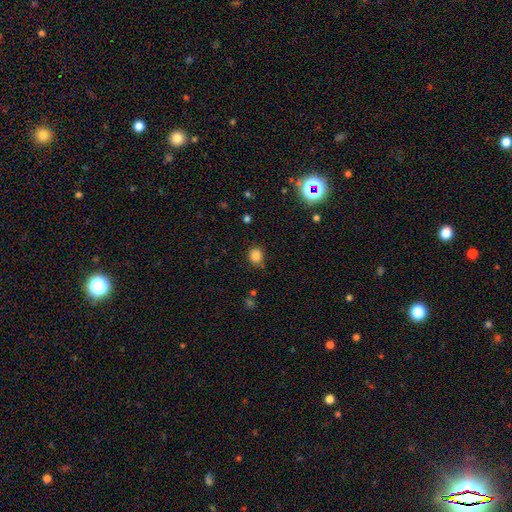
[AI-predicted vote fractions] Smooth or featured? smooth (83%)
How rounded? round (75%)
Merging? none (81%)